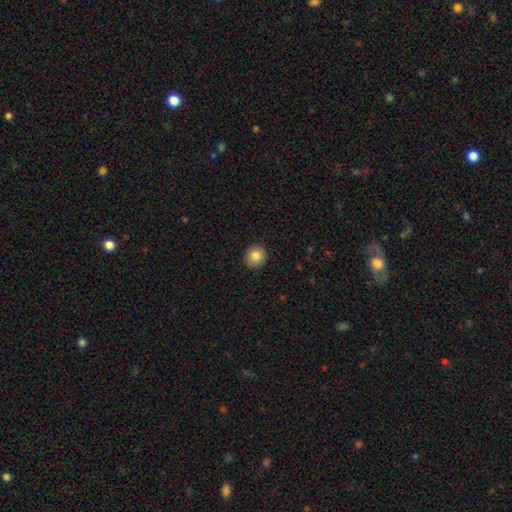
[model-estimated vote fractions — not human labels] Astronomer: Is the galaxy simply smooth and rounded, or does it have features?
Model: smooth — 84%.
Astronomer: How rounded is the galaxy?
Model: round — 87%.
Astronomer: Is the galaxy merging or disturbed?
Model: none — 91%.